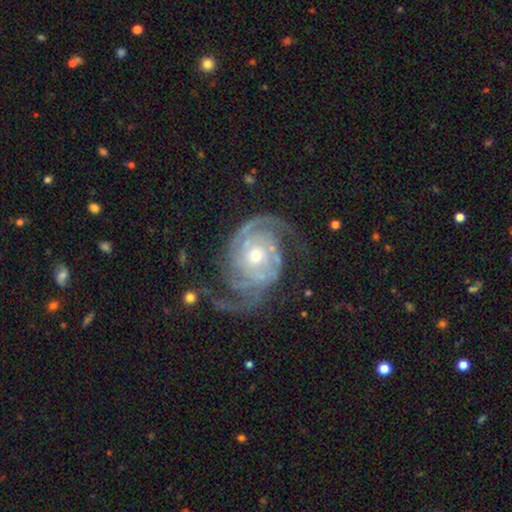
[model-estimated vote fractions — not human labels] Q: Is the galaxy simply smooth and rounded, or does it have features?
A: featured or disk — 92%.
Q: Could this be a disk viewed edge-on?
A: no — 98%.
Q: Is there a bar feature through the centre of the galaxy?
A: no — 73%.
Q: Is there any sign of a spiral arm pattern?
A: yes — 98%.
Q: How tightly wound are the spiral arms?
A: tight — 46%.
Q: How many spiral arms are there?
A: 2 — 59%.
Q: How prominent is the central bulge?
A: moderate — 62%.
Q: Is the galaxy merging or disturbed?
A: none — 66%.